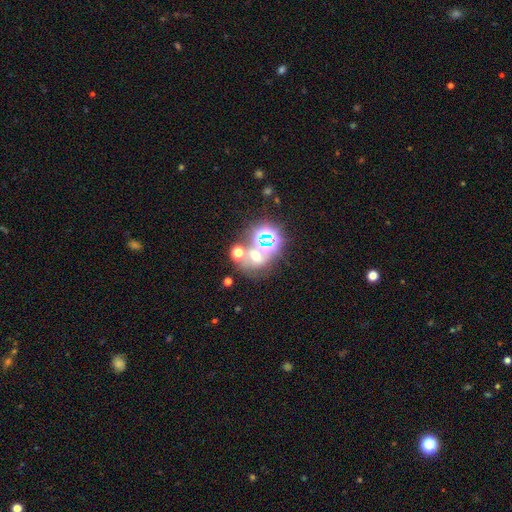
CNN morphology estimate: Smooth or featured? star or artifact (46%)